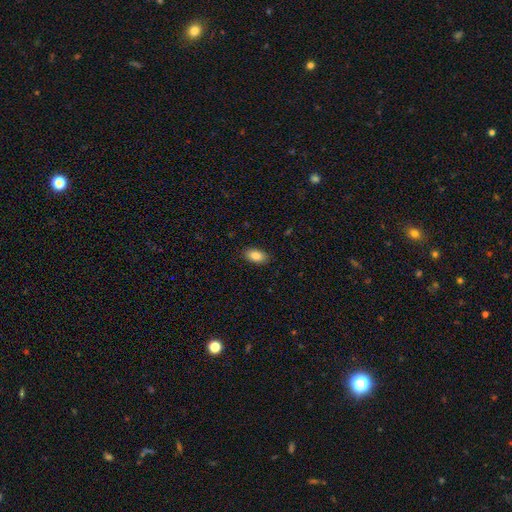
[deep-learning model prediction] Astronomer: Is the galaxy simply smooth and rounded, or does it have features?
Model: smooth — 87%.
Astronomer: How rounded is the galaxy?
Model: in between — 92%.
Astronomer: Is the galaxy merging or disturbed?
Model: none — 88%.